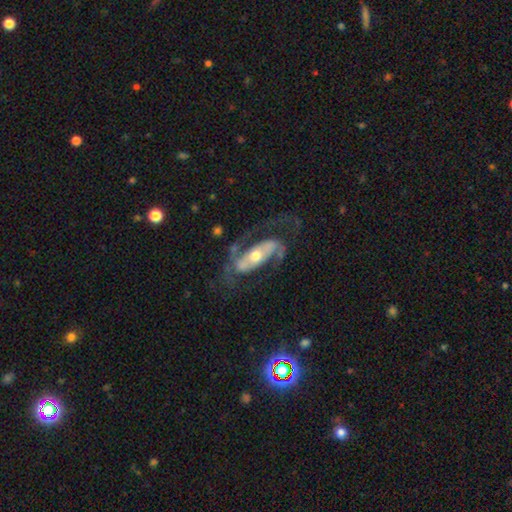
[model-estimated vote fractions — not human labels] Smooth or featured?
  - featured or disk: 80% *
  - smooth: 14%
  - star or artifact: 5%
Edge-on disk?
  - no: 90% *
  - yes: 10%
Bar?
  - strong: 39% *
  - no: 35%
  - weak: 25%
Spiral arms?
  - yes: 86% *
  - no: 14%
Spiral winding?
  - medium: 46% *
  - loose: 34%
  - tight: 20%
Spiral arm count?
  - 2: 85% *
  - can't tell: 6%
  - 1: 6%
  - 3: 1%
  - 4: 1%
  - more than 4: 1%
Bulge size?
  - moderate: 62% *
  - small: 28%
  - large: 8%
  - dominant: 1%
  - none: 1%
Merging?
  - none: 56% *
  - major disturbance: 24%
  - minor disturbance: 17%
  - merger: 3%